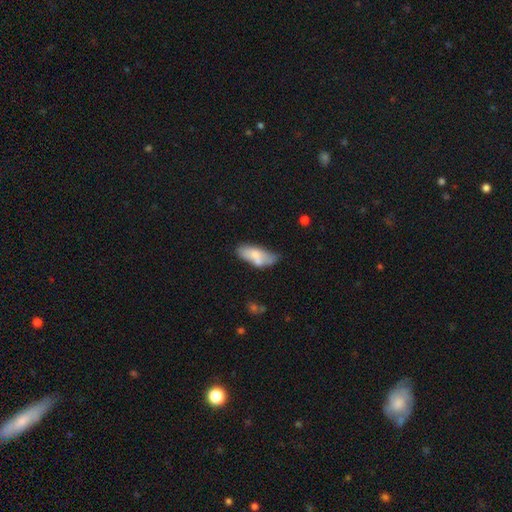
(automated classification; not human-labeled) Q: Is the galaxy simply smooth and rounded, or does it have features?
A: smooth — 68%.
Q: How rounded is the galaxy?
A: in between — 76%.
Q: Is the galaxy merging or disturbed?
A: none — 39%.